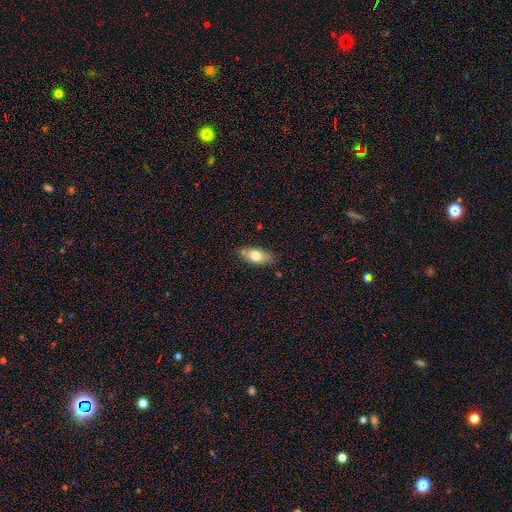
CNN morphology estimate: Smooth or featured? smooth (73%)
How rounded? in between (85%)
Merging? none (76%)